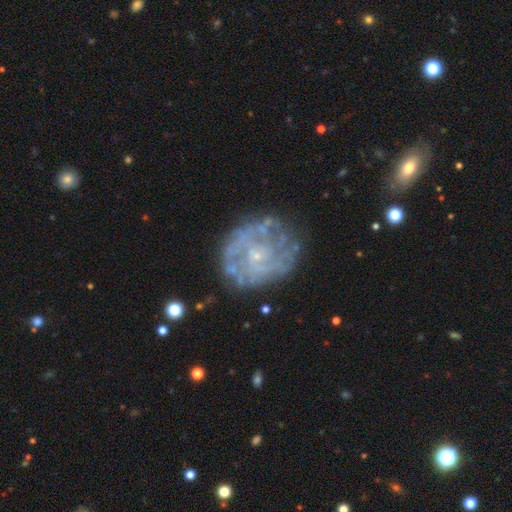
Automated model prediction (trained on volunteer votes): Smooth or featured?
  - featured or disk: 80% *
  - smooth: 13%
  - star or artifact: 7%
Edge-on disk?
  - no: 98% *
  - yes: 2%
Bar?
  - no: 73% *
  - weak: 23%
  - strong: 5%
Spiral arms?
  - yes: 77% *
  - no: 23%
Spiral winding?
  - tight: 61% *
  - medium: 28%
  - loose: 11%
Spiral arm count?
  - can't tell: 48% *
  - 2: 18%
  - 3: 14%
  - 4: 9%
  - more than 4: 6%
  - 1: 5%
Bulge size?
  - small: 78% *
  - moderate: 13%
  - none: 7%
  - large: 1%
  - dominant: 1%
Merging?
  - none: 72% *
  - minor disturbance: 17%
  - major disturbance: 9%
  - merger: 2%